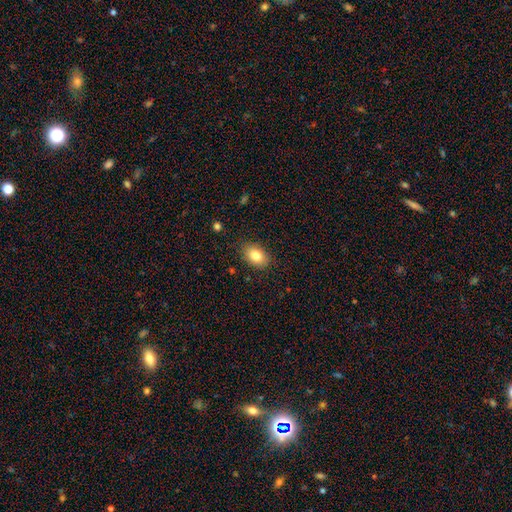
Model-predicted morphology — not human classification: Smooth or featured? smooth (82%)
How rounded? in between (85%)
Merging? none (87%)